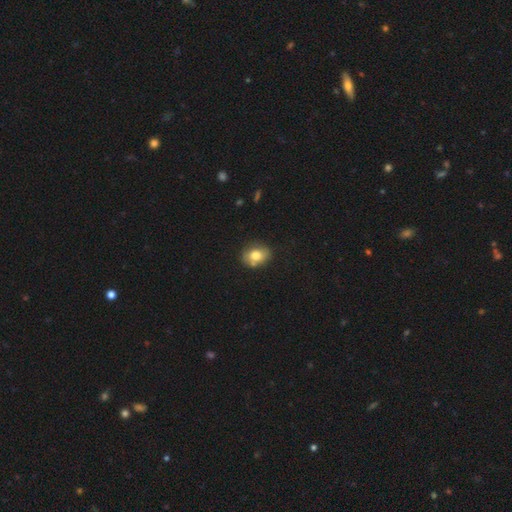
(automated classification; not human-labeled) The model was most divided on "how rounded": in between: 58%, round: 41%, cigar-shaped: 1%. More confident: smooth or featured — smooth (76%); merging — none (71%).